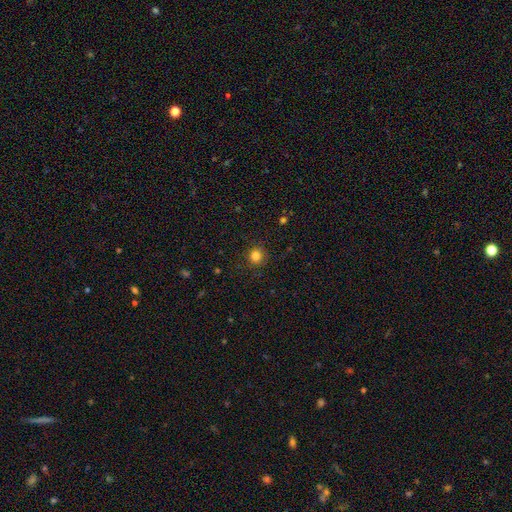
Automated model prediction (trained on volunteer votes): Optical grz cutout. It shows a smooth galaxy with no disk features (83%) that is round (90%). Merging: none (89%).